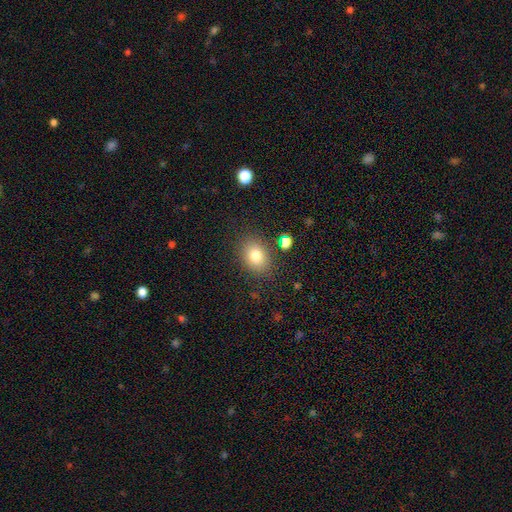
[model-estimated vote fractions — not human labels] This appears to be a smooth galaxy with no disk features (80%) that is in between round and cigar-shaped (63%). Merging: none (83%).